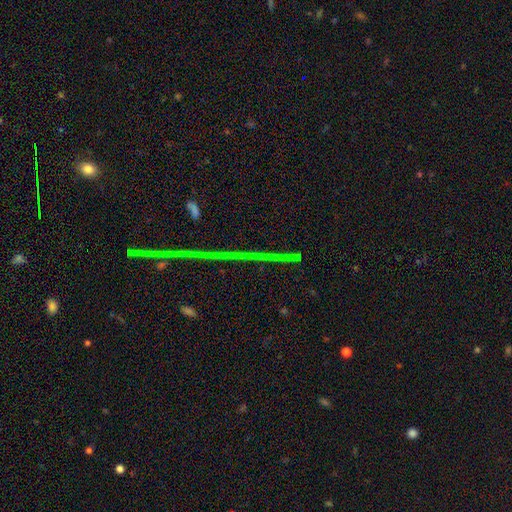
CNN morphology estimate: star or artifact 82%, featured or disk 11%, smooth 7%.